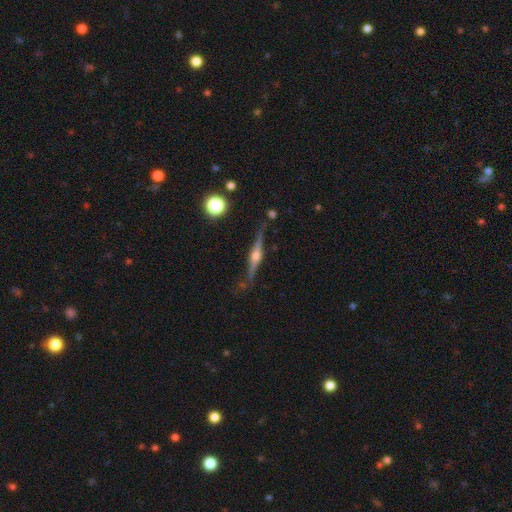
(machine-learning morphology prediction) A featured or disk galaxy (82%) viewed edge-on (98%) with a rounded central bulge (93%). Merging: none (84%).